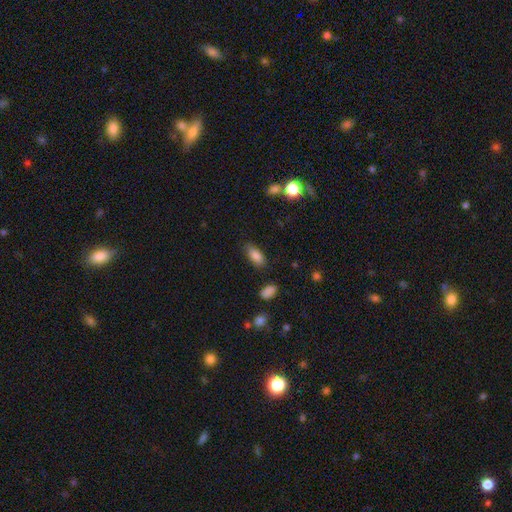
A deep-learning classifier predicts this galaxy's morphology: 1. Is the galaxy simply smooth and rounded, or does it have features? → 85% smooth, 8% star or artifact, 7% featured or disk.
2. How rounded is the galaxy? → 87% in between, 10% cigar-shaped, 3% round.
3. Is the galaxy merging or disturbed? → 82% none, 13% minor disturbance, 3% major disturbance, 2% merger.